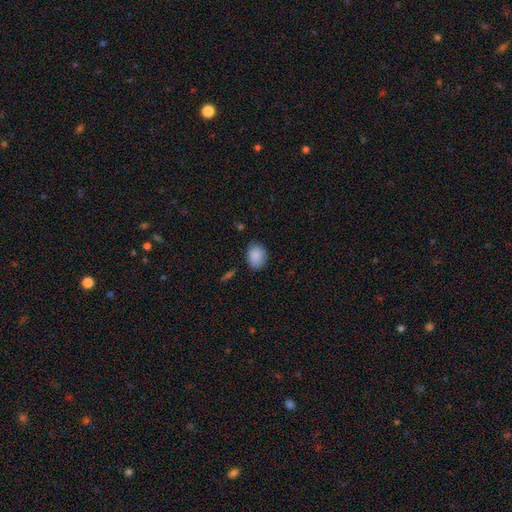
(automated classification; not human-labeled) A smooth galaxy with no disk features (88%) that is in between round and cigar-shaped (65%).

Vote fractions:
- Smooth or featured? smooth: 88% / star or artifact: 7% / featured or disk: 4%
- How rounded? in between: 65% / round: 34% / cigar-shaped: 1%
- Merging? none: 83% / minor disturbance: 13% / major disturbance: 3% / merger: 2%